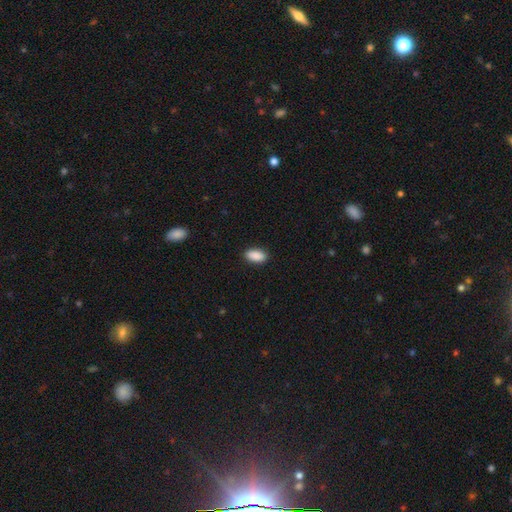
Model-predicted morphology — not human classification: type=smooth (90%); roundness=in between (92%); merging=none (90%).